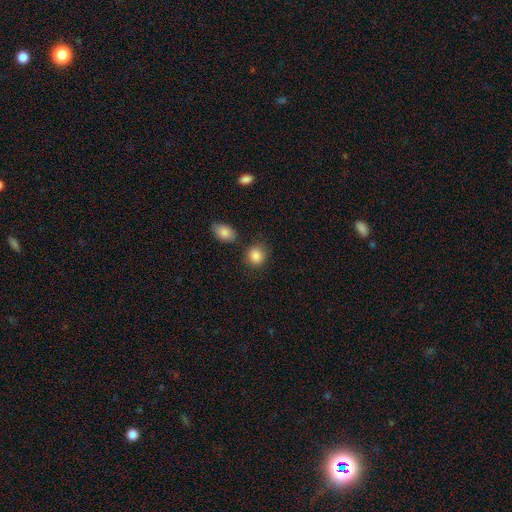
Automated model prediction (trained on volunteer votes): Smooth or featured: smooth — 87% (star or artifact — 8%)
How rounded: round — 76% (in between — 23%)
Merging: none — 78% (minor disturbance — 12%)